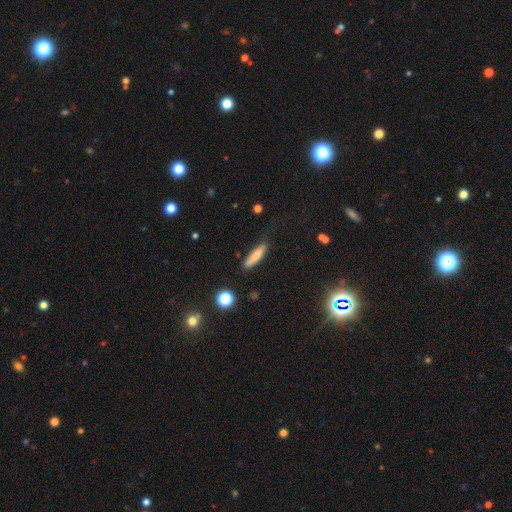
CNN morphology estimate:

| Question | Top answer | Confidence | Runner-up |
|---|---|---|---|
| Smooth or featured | smooth | 74% | featured or disk (18%) |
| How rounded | cigar-shaped | 78% | in between (19%) |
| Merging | none | 81% | minor disturbance (14%) |